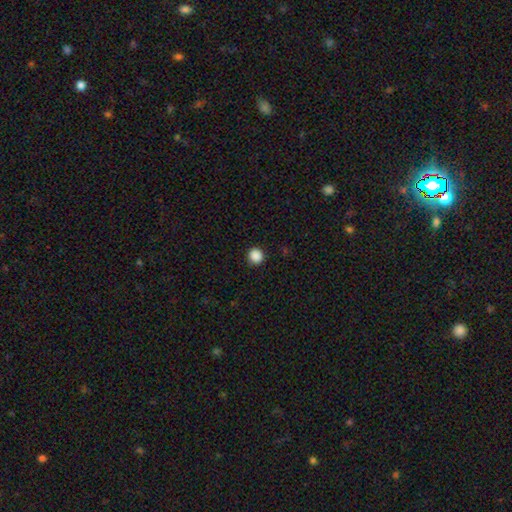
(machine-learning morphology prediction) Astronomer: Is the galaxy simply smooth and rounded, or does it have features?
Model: smooth — 88%.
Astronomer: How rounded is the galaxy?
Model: round — 93%.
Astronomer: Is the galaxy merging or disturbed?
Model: none — 92%.